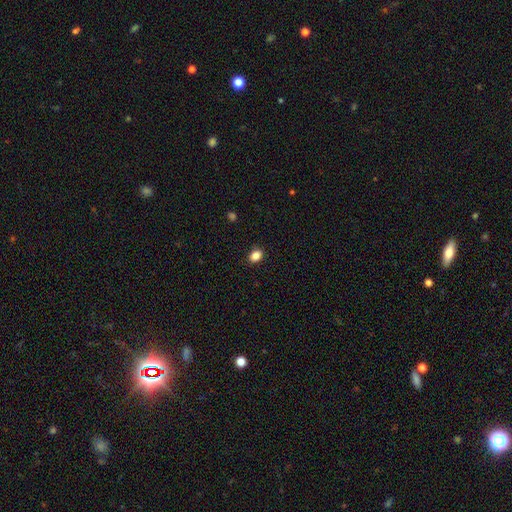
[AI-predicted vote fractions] Q: Smooth or featured?
A: smooth (86%); runner-up: star or artifact (10%)
Q: How rounded?
A: in between (68%); runner-up: round (31%)
Q: Merging?
A: none (88%); runner-up: minor disturbance (9%)